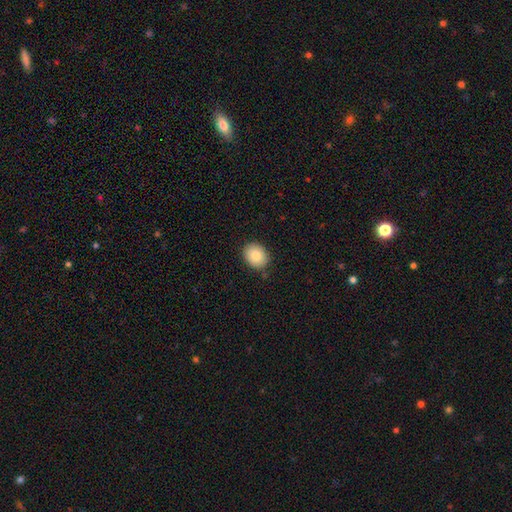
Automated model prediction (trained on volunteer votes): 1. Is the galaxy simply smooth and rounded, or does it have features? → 85% smooth, 8% star or artifact, 7% featured or disk.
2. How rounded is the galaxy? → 52% in between, 47% round, 1% cigar-shaped.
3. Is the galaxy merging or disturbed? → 87% none, 10% minor disturbance, 2% major disturbance, 1% merger.